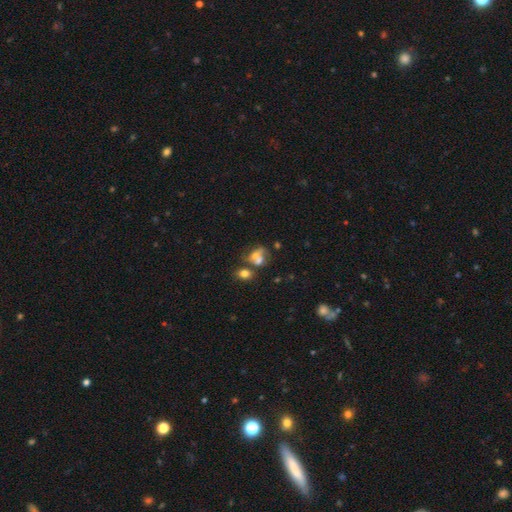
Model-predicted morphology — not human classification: This is possibly a smooth galaxy (49%). Merging: possibly merger (50%).